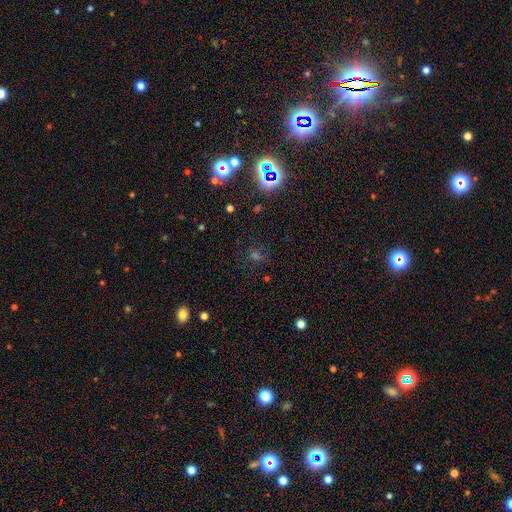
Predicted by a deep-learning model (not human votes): Smooth or featured?
  - star or artifact: 57% *
  - smooth: 29%
  - featured or disk: 14%